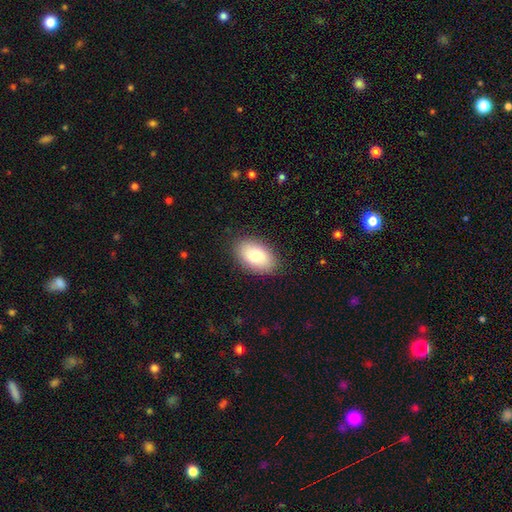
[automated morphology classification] Smooth or featured? smooth (82%)
How rounded? in between (92%)
Merging? none (86%)